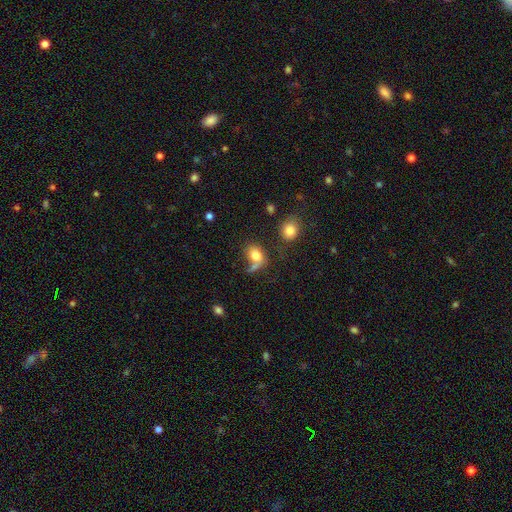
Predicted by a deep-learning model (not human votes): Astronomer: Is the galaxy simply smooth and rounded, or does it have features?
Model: smooth — 77%.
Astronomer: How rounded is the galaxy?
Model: in between — 67%.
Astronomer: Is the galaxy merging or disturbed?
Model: none — 40% (runner-up: merger, 23%).